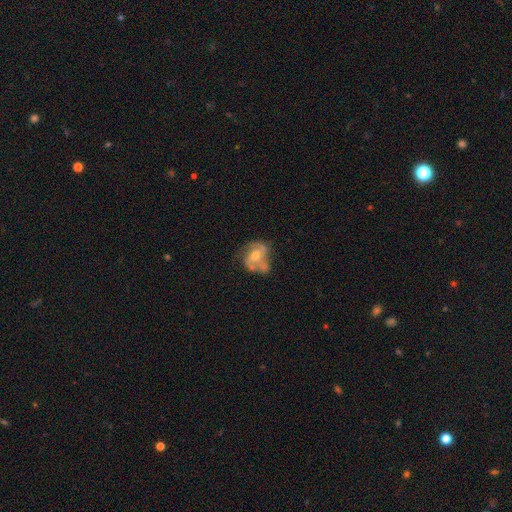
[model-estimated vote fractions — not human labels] This appears to be a featured or disk galaxy (71%) with no bar (54%), 2 (65%) medium (46%) spiral arms (79%) and a moderate central bulge (57%). Merging: none (44%).